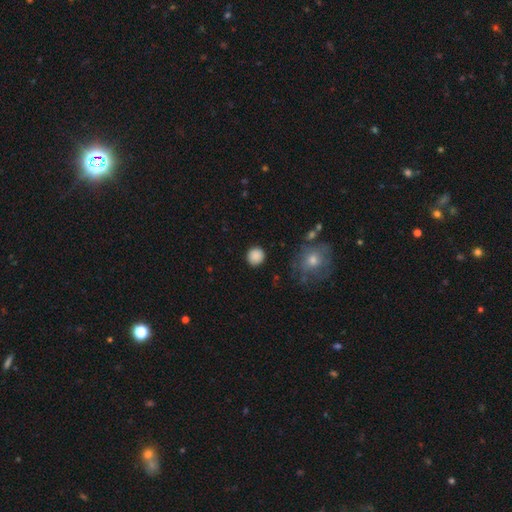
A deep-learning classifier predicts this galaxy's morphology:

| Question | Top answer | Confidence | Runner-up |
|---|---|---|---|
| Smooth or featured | smooth | 87% | star or artifact (9%) |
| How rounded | round | 92% | in between (7%) |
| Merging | none | 89% | minor disturbance (7%) |